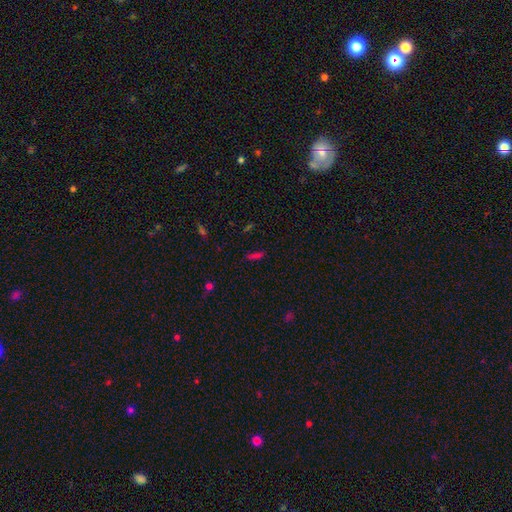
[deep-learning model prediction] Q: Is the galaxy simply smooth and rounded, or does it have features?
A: smooth — 61%.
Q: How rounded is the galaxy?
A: cigar-shaped — 61%.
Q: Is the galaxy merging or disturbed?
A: none — 80%.